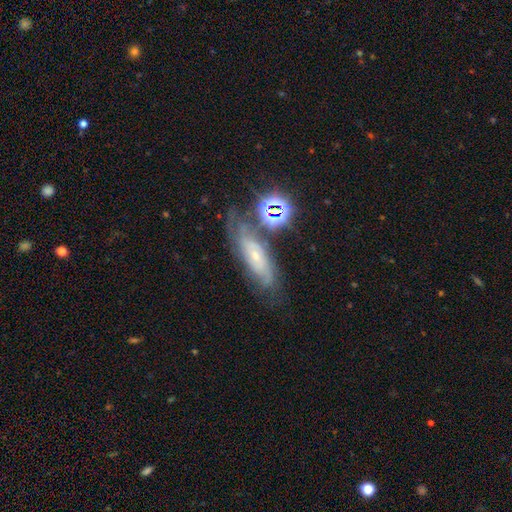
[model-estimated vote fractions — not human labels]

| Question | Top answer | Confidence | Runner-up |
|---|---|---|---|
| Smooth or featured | featured or disk | 61% | smooth (21%) |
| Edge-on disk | no | 82% | yes (18%) |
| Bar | no | 70% | weak (23%) |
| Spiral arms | yes | 86% | no (14%) |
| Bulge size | small | 73% | moderate (20%) |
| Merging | none | 56% | minor disturbance (22%) |